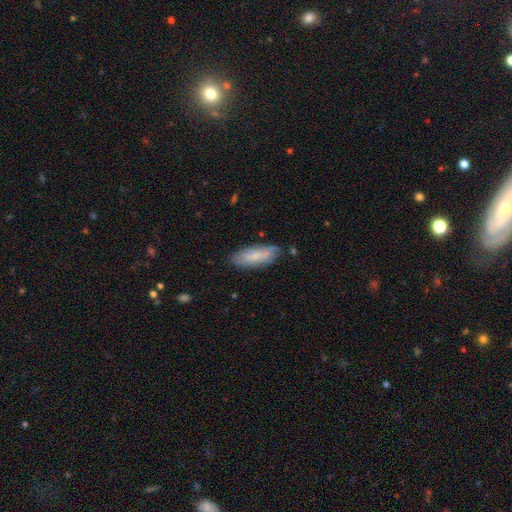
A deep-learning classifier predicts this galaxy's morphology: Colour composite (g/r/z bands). It shows a smooth galaxy with no disk features (72%) that is in between round and cigar-shaped (72%). Merging: none (76%).